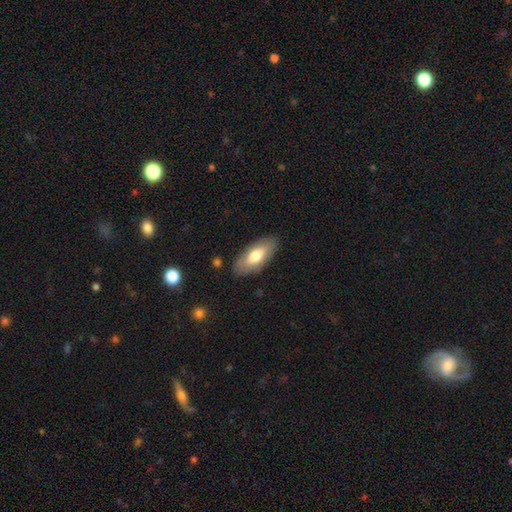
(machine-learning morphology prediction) A smooth galaxy with no disk features (70%) that is in between round and cigar-shaped (84%).

Vote fractions:
- Smooth or featured? smooth: 70% / featured or disk: 24% / star or artifact: 6%
- How rounded? in between: 84% / cigar-shaped: 14% / round: 2%
- Merging? none: 84% / minor disturbance: 11% / major disturbance: 3% / merger: 1%